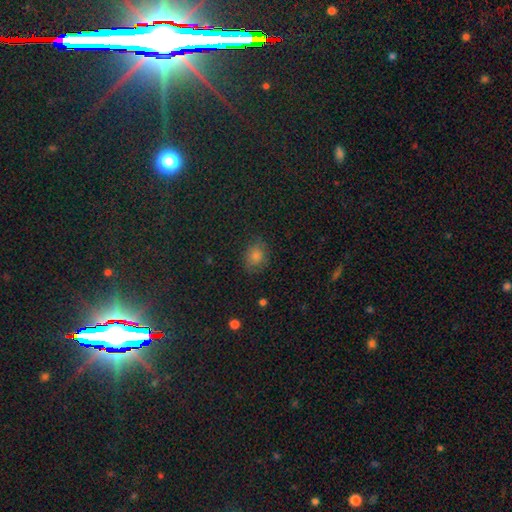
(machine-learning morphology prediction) Smooth or featured?
  - smooth: 70% *
  - star or artifact: 23%
  - featured or disk: 8%
How rounded?
  - round: 51% *
  - in between: 48%
  - cigar-shaped: 1%
Merging?
  - none: 82% *
  - minor disturbance: 14%
  - major disturbance: 3%
  - merger: 1%